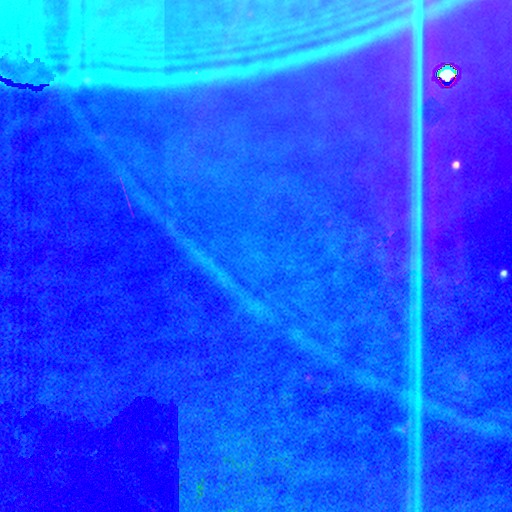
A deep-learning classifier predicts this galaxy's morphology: Smooth or featured? star or artifact (86%)